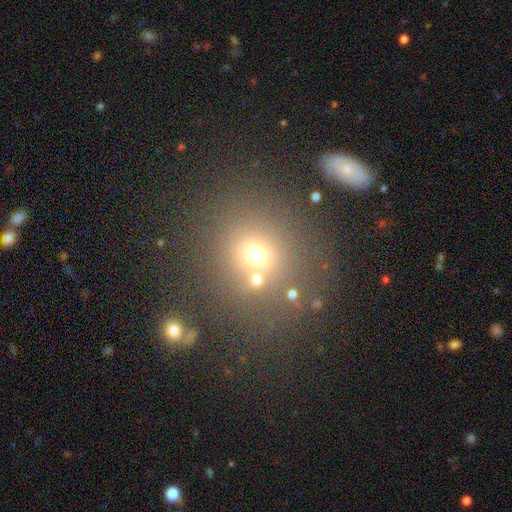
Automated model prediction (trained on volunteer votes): A smooth galaxy with no disk features (65%) that is round (83%). Merging: none (66%).